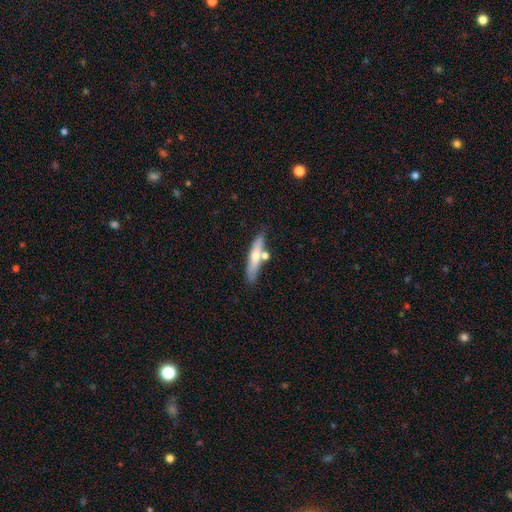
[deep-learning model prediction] smooth 53%, featured or disk 41%, star or artifact 6%. Down the decision tree: how rounded — cigar-shaped (81%); merging — none (66%).